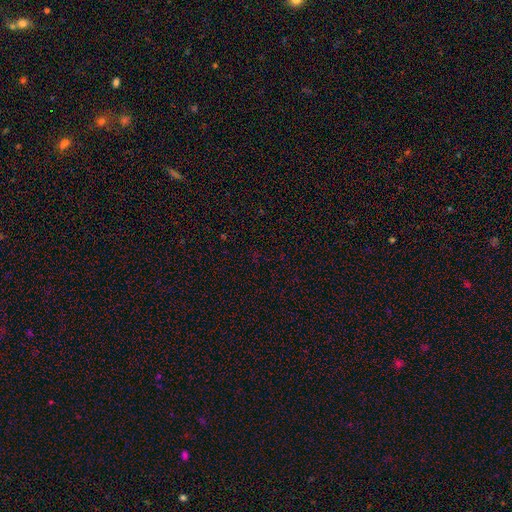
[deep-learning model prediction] A star or artifact, not a galaxy (69%).